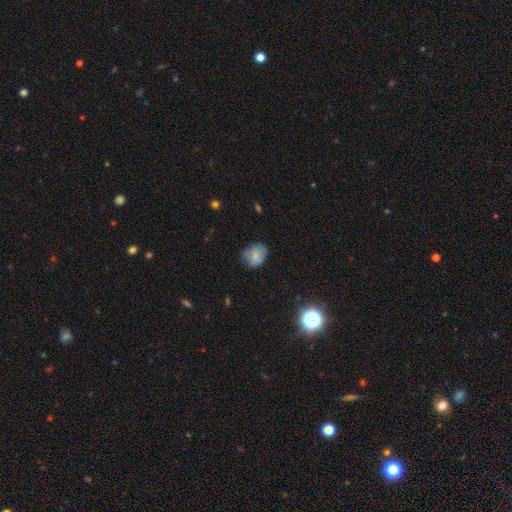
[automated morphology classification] This appears to be a smooth galaxy with no disk features (63%) that is in between round and cigar-shaped (55%). Merging: none (60%).